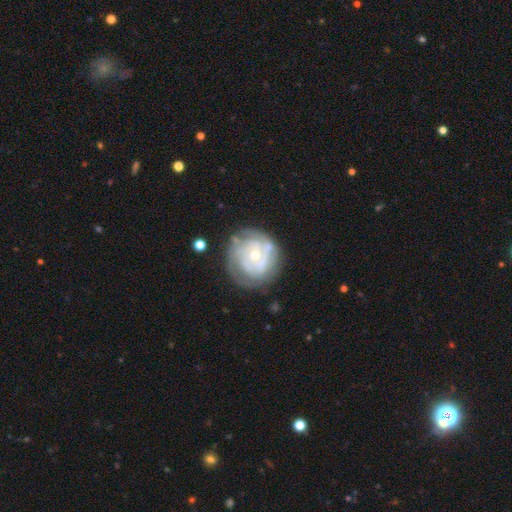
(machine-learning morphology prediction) A featured or disk galaxy (78%) with no bar (78%), tight (66%) spiral arms (84%) and a small central bulge (54%).

Vote fractions:
- Smooth or featured? featured or disk: 78% / smooth: 16% / star or artifact: 6%
- Edge-on disk? no: 98% / yes: 2%
- Bar? no: 78% / weak: 18% / strong: 4%
- Spiral arms? yes: 84% / no: 16%
- Spiral winding? tight: 66% / medium: 25% / loose: 8%
- Spiral arm count? can't tell: 45% / 3: 18% / 2: 16% / 4: 10% / 1: 5% / more than 4: 5%
- Bulge size? small: 54% / moderate: 42% / large: 2% / none: 1% / dominant: 1%
- Merging? none: 69% / minor disturbance: 19% / major disturbance: 10% / merger: 3%